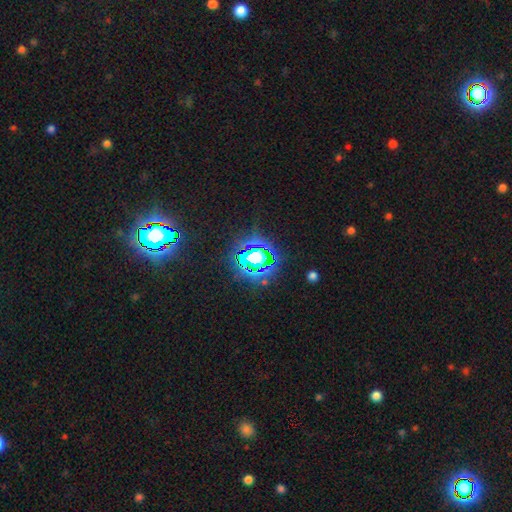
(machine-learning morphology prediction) type=star or artifact (80%).